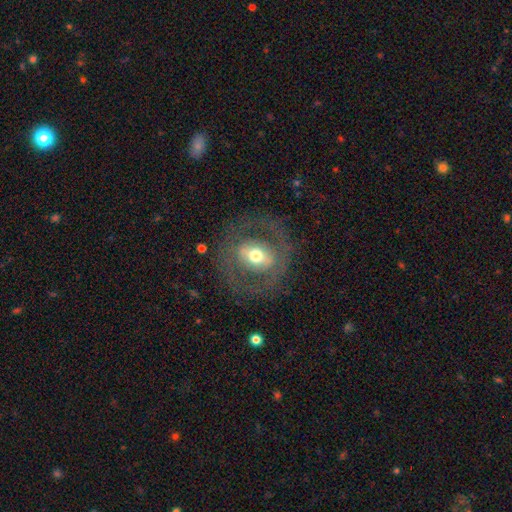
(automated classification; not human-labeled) Smooth or featured?
  - featured or disk: 56% *
  - smooth: 36%
  - star or artifact: 8%
Edge-on disk?
  - no: 92% *
  - yes: 8%
Bar?
  - no: 42% *
  - strong: 30%
  - weak: 29%
Spiral arms?
  - no: 79% *
  - yes: 21%
Bulge size?
  - moderate: 65% *
  - large: 21%
  - small: 10%
  - dominant: 3%
  - none: 1%
Merging?
  - none: 76% *
  - major disturbance: 11%
  - minor disturbance: 11%
  - merger: 1%